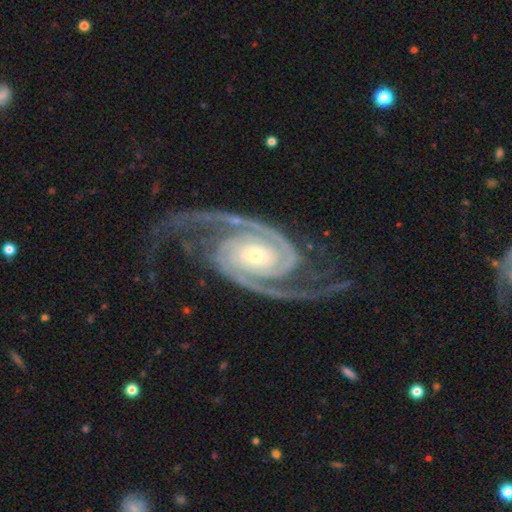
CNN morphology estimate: Smooth or featured? featured or disk (94%)
Edge-on disk? no (98%)
Bar? no (62%)
Spiral arms? yes (99%)
Spiral winding? tight (47%)
Spiral arm count? 2 (91%)
Bulge size? small (59%)
Merging? none (75%)